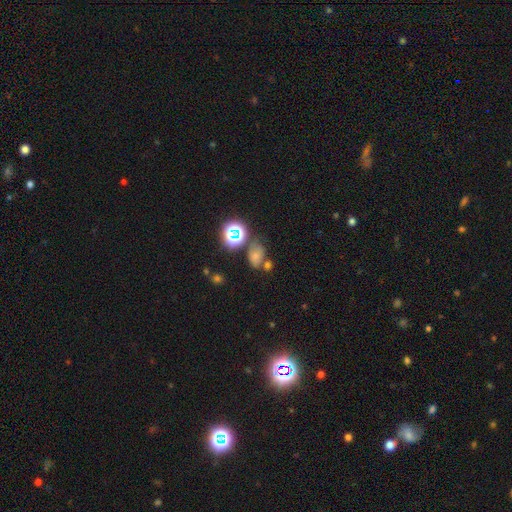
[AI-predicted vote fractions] Smooth or featured?
  - smooth: 56% *
  - star or artifact: 31%
  - featured or disk: 13%
How rounded?
  - in between: 72% *
  - round: 27%
  - cigar-shaped: 2%
Merging?
  - none: 53% *
  - merger: 20%
  - minor disturbance: 18%
  - major disturbance: 8%